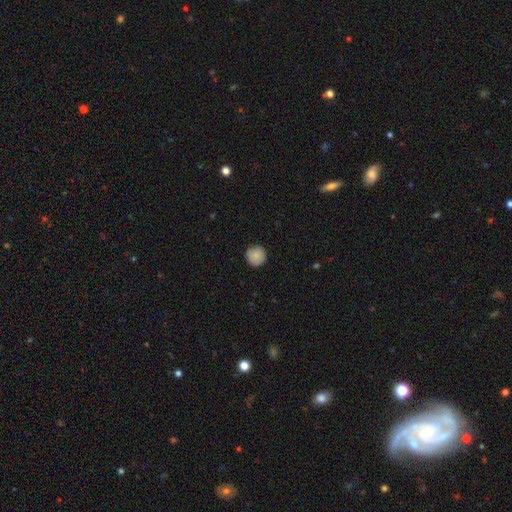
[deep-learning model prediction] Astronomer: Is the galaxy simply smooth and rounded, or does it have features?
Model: smooth — 82%.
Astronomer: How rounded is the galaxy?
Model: round — 95%.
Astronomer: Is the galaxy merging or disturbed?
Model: none — 88%.